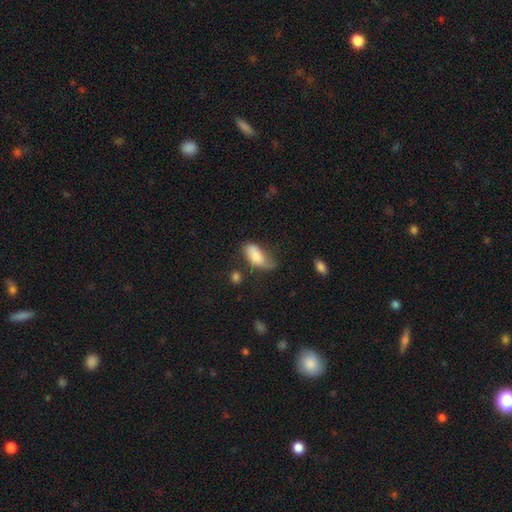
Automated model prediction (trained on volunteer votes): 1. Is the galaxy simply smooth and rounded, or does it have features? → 80% smooth, 13% featured or disk, 7% star or artifact.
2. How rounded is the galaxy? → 89% in between, 8% cigar-shaped, 3% round.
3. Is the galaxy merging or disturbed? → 38% minor disturbance, 37% none, 19% major disturbance, 5% merger.